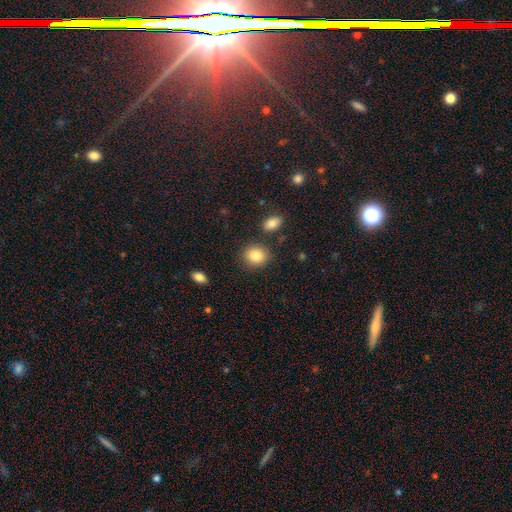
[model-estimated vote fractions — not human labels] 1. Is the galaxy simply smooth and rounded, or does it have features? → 85% smooth, 8% star or artifact, 6% featured or disk.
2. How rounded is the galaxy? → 73% round, 26% in between, 1% cigar-shaped.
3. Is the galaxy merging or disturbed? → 83% none, 9% minor disturbance, 5% merger, 3% major disturbance.